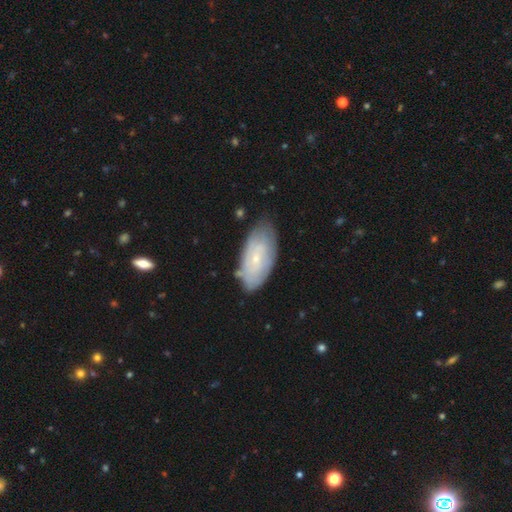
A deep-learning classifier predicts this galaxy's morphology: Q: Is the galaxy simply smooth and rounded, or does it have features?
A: featured or disk — 49%.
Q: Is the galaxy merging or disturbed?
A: none — 77%.